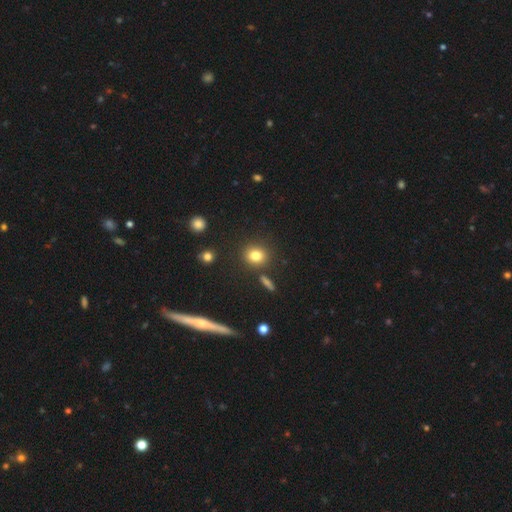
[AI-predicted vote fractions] Morphology: type=smooth (81%); roundness=round (78%); merging=none (84%).